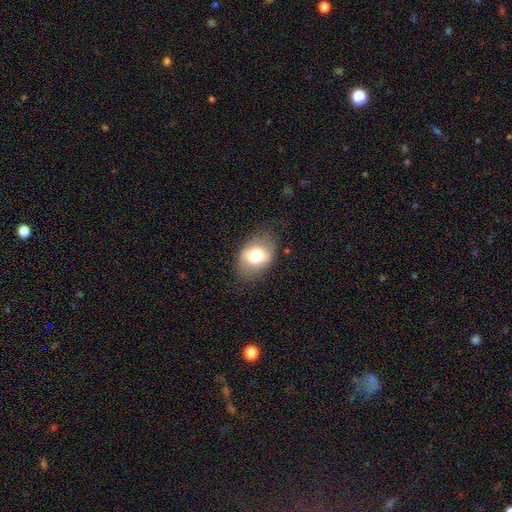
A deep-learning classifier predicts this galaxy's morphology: The model was most divided on "smooth or featured": smooth: 72%, featured or disk: 20%, star or artifact: 8%. More confident: how rounded — in between (80%); merging — none (73%).